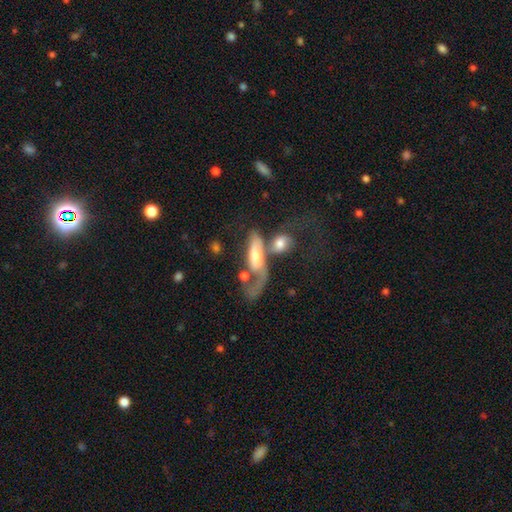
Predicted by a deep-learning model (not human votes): featured or disk 55%, smooth 36%, star or artifact 9%. Down the decision tree: edge-on disk — no (73%); merging — merger (53%).